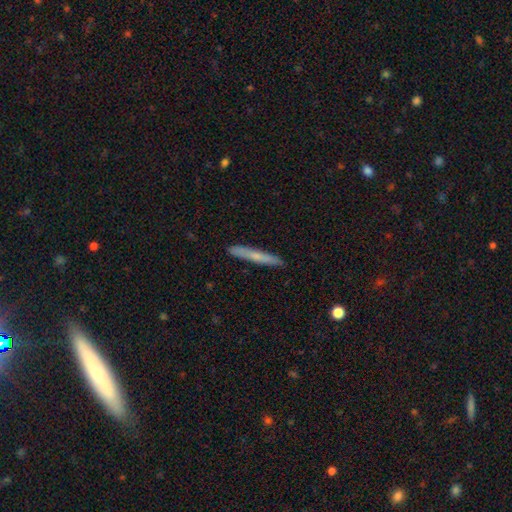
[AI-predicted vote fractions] This is possibly a smooth galaxy (58%). How rounded: clearly cigar-shaped (96%). Merging: clearly none (90%).